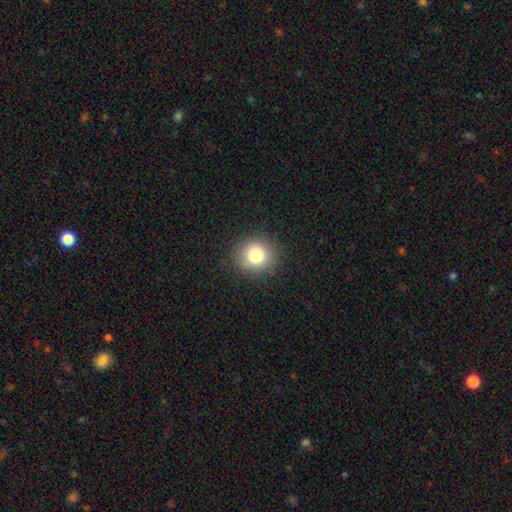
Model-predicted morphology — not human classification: Smooth or featured? Predicted: smooth (p=0.81). How rounded? Predicted: round (p=0.89). Merging? Predicted: none (p=0.89).